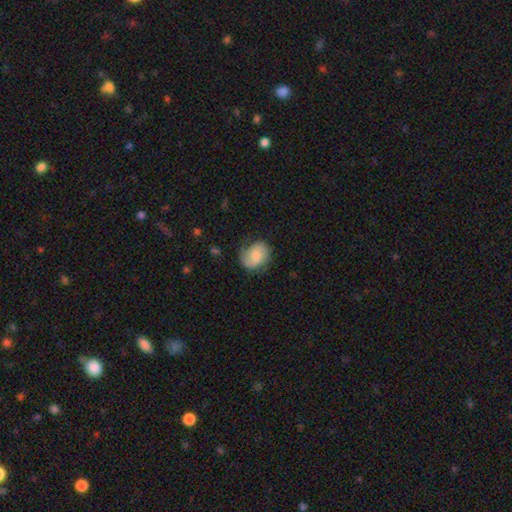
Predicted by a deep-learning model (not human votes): Smooth or featured? Predicted: featured or disk (p=0.47). Merging? Predicted: none (p=0.61).